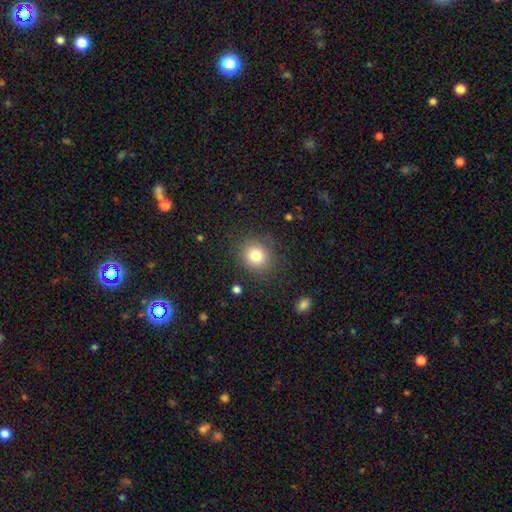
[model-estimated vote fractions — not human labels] The model was most divided on "how rounded": round: 81%, in between: 18%, cigar-shaped: 1%. More confident: merging — none (85%); smooth or featured — smooth (82%).